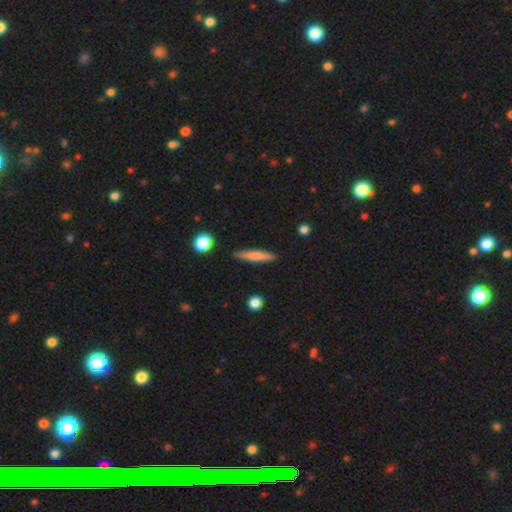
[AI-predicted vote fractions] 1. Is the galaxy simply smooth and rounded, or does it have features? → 70% smooth, 23% featured or disk, 6% star or artifact.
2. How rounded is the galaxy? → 91% cigar-shaped, 7% in between, 2% round.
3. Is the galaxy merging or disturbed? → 89% none, 8% minor disturbance, 2% major disturbance, 2% merger.